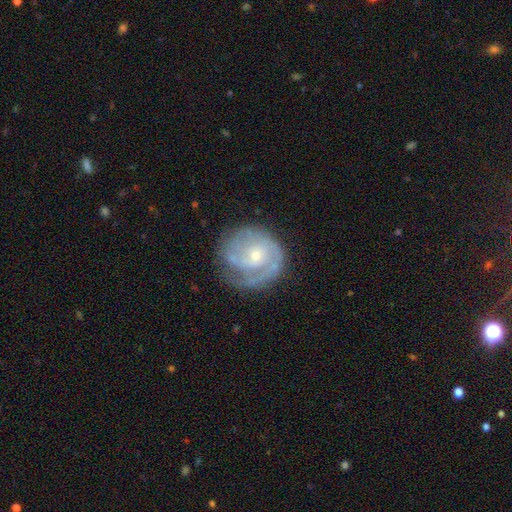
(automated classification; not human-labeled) This appears to be a featured or disk galaxy (79%) with no bar (65%), 2 (37%) tight (55%) spiral arms (92%) and a small central bulge (62%). Merging: none (66%).